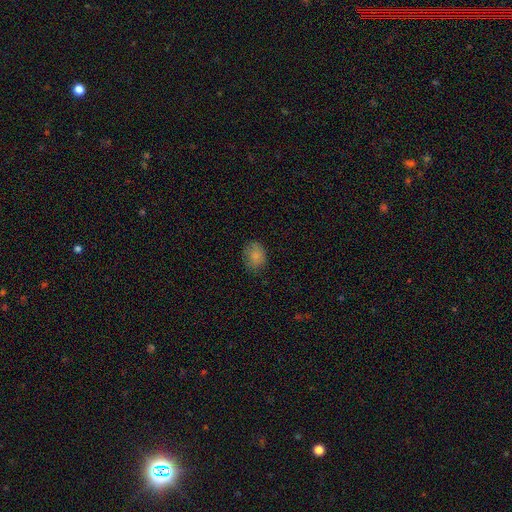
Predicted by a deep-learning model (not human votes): A smooth galaxy with no disk features (84%) that is in between round and cigar-shaped (55%). Merging: none (75%).